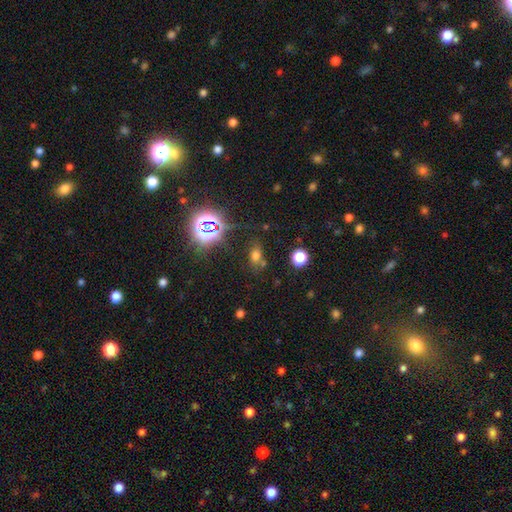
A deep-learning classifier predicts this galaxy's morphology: A smooth galaxy with no disk features (57%) that is in between round and cigar-shaped (71%). Merging: none (64%).